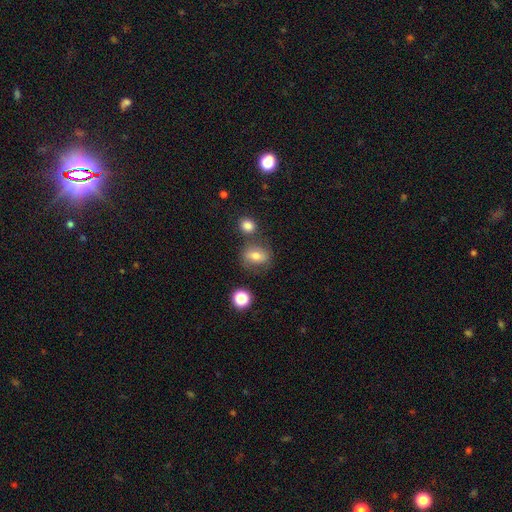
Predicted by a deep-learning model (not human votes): Morphology: type=smooth (70%); roundness=in between (55%); merging=none (66%).